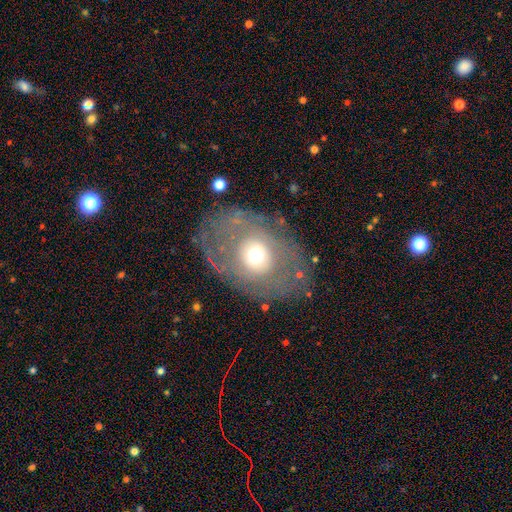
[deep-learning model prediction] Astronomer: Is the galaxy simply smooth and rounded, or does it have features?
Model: featured or disk — 50% (runner-up: smooth, 41%).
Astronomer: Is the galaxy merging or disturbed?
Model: none — 72%.